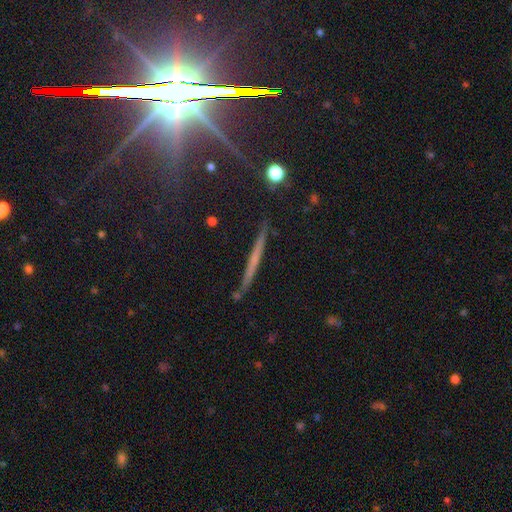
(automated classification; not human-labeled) Overall: featured or disk (53%; smooth 36%). Edge-on disk: yes (96%). Edge-on bulge: none (81%). Merging: none (88%).